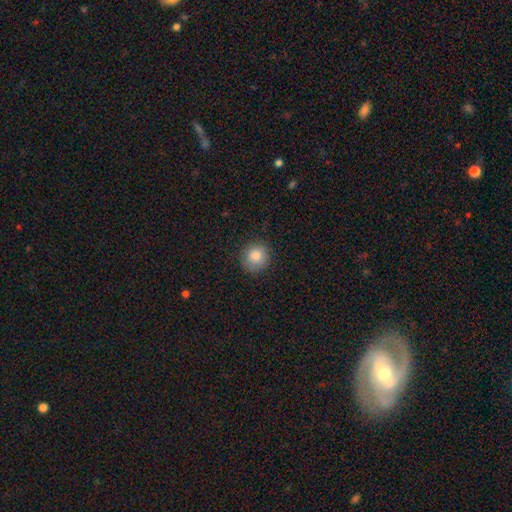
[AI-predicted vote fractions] Q: Smooth or featured?
A: smooth (84%); runner-up: star or artifact (9%)
Q: How rounded?
A: round (90%); runner-up: in between (10%)
Q: Merging?
A: none (87%); runner-up: minor disturbance (9%)